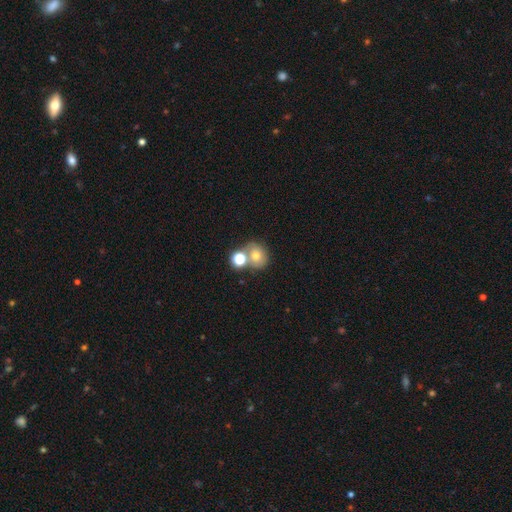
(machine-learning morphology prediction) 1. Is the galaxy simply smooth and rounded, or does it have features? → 70% smooth, 16% featured or disk, 14% star or artifact.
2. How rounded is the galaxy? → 71% round, 28% in between, 1% cigar-shaped.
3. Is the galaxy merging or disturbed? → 49% none, 36% merger, 10% minor disturbance, 5% major disturbance.